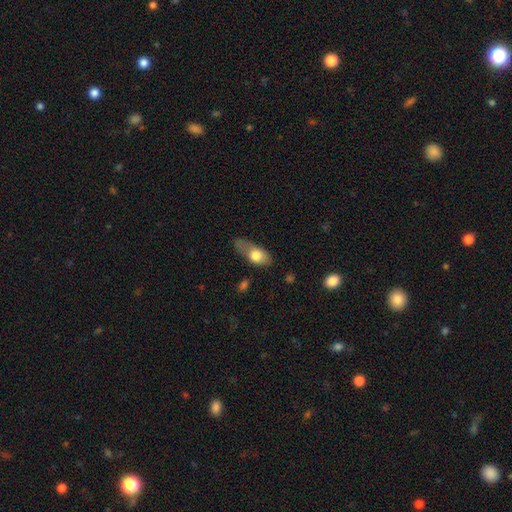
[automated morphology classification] smooth-or-featured: smooth: 72% | featured or disk: 21% | star or artifact: 7%
  how-rounded: in between: 79% | cigar-shaped: 12% | round: 10%
  merging: minor disturbance: 35% | none: 31% | major disturbance: 29% | merger: 6%